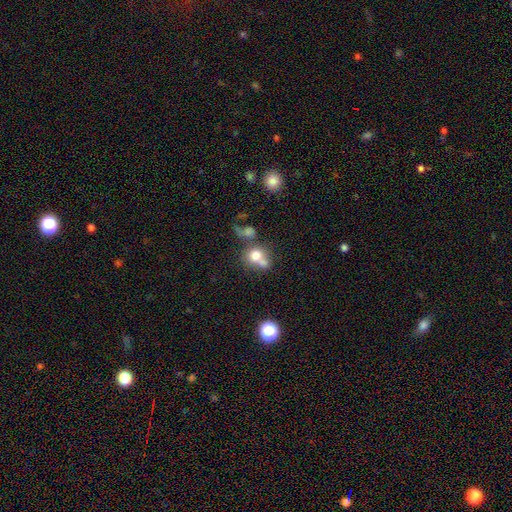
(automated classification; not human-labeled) This appears to be a smooth galaxy with no disk features (71%) that is round (69%). Merging: merger (51%).